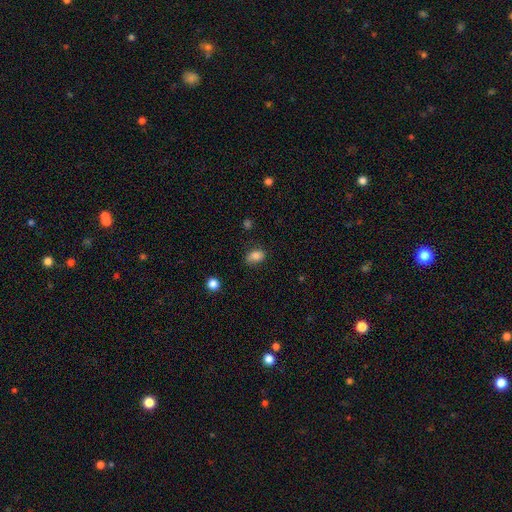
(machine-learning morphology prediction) smooth_or_featured: smooth (p=0.82) [alt: star or artifact p=0.10]
how_rounded: in between (p=0.78) [alt: round p=0.20]
merging: none (p=0.70) [alt: minor disturbance p=0.23]